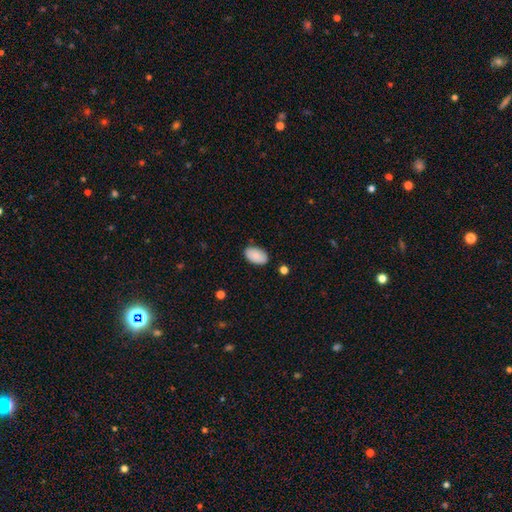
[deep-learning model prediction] Overall: smooth (88%). How rounded: in between (94%). Merging: none (84%).